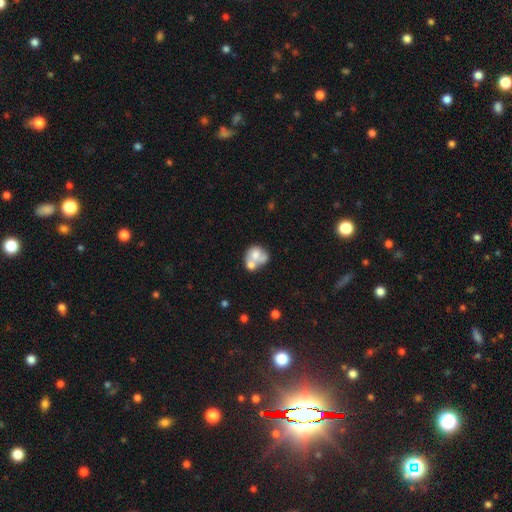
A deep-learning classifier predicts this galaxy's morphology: Q: Smooth or featured?
A: smooth (57%); runner-up: featured or disk (34%)
Q: How rounded?
A: round (57%); runner-up: in between (42%)
Q: Merging?
A: merger (58%); runner-up: none (22%)